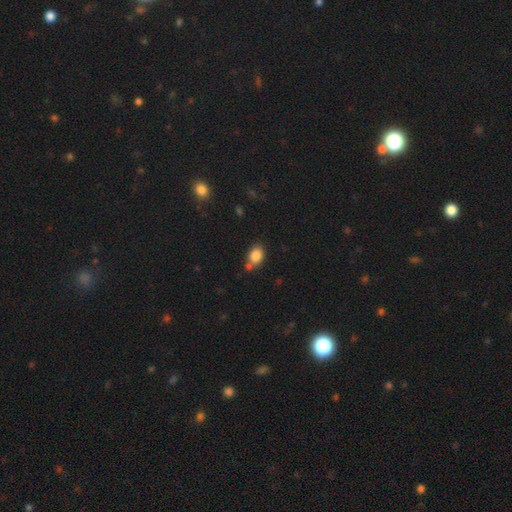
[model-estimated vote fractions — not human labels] A smooth galaxy with no disk features (84%) that is in between round and cigar-shaped (72%).

Vote fractions:
- Smooth or featured? smooth: 84% / star or artifact: 9% / featured or disk: 7%
- How rounded? in between: 72% / round: 27% / cigar-shaped: 1%
- Merging? none: 62% / merger: 18% / minor disturbance: 16% / major disturbance: 4%